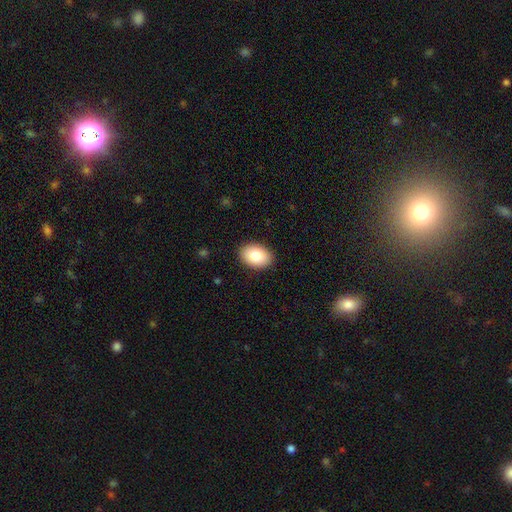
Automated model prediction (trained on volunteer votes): Q: Smooth or featured?
A: smooth (81%); runner-up: featured or disk (12%)
Q: How rounded?
A: in between (82%); runner-up: round (17%)
Q: Merging?
A: none (89%); runner-up: minor disturbance (8%)